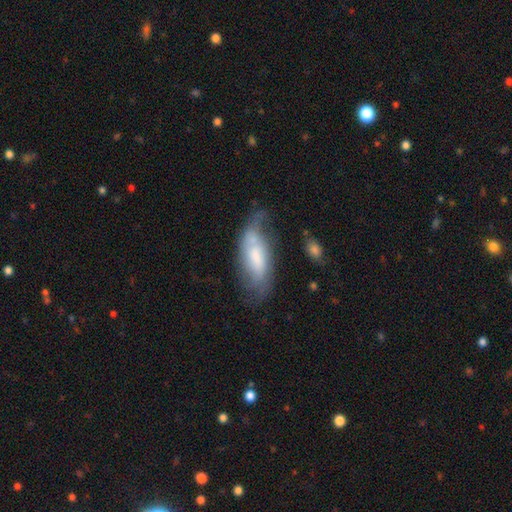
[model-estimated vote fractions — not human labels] A smooth galaxy with no disk features (47%).

Vote fractions:
- Smooth or featured? smooth: 47% / featured or disk: 45% / star or artifact: 8%
- Merging? none: 37% / minor disturbance: 32% / major disturbance: 24% / merger: 8%